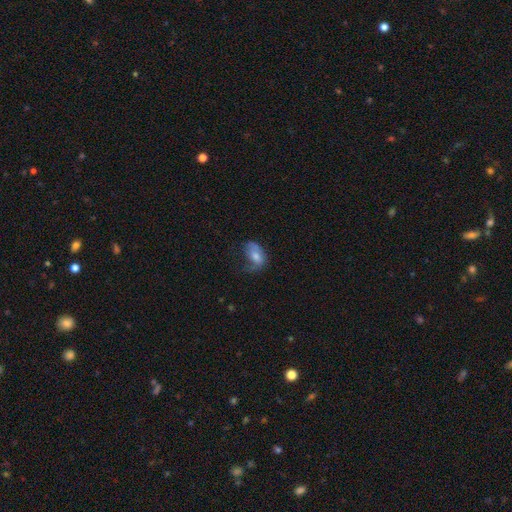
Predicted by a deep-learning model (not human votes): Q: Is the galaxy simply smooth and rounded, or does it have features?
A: smooth — 61%.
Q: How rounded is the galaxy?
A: in between — 88%.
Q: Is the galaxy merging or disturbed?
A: major disturbance — 35%.